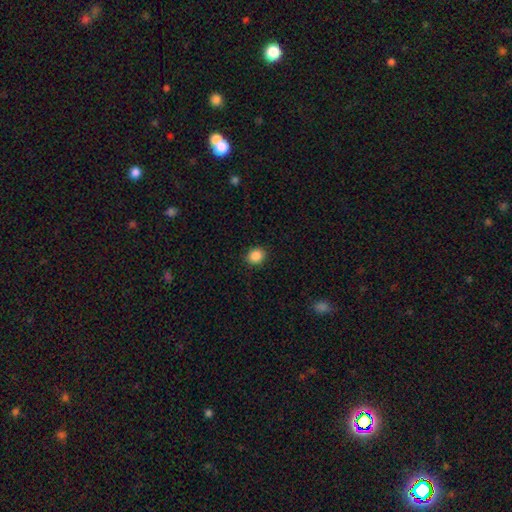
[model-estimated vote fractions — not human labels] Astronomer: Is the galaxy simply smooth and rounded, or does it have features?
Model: smooth — 88%.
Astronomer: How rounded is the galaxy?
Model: round — 70%.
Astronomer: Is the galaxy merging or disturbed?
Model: none — 90%.